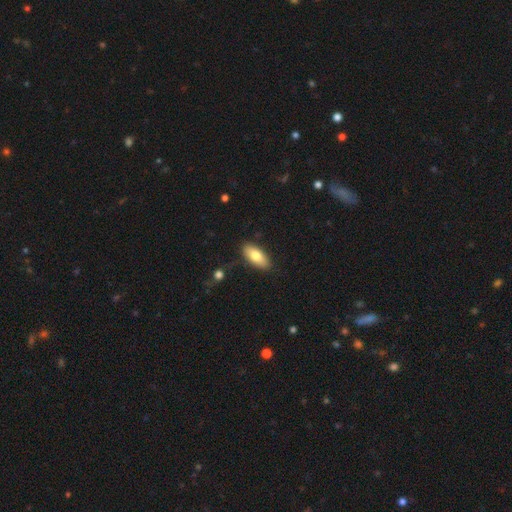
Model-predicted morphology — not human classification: Q: Smooth or featured?
A: smooth (78%); runner-up: featured or disk (16%)
Q: How rounded?
A: in between (87%); runner-up: cigar-shaped (11%)
Q: Merging?
A: none (84%); runner-up: minor disturbance (11%)